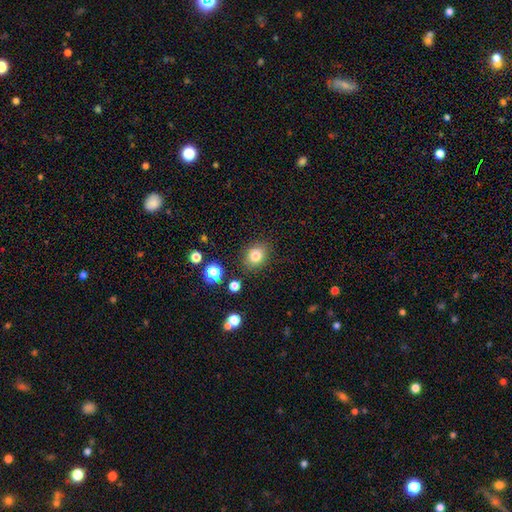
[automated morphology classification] A smooth galaxy with no disk features (80%) that is round (66%). Merging: none (85%).